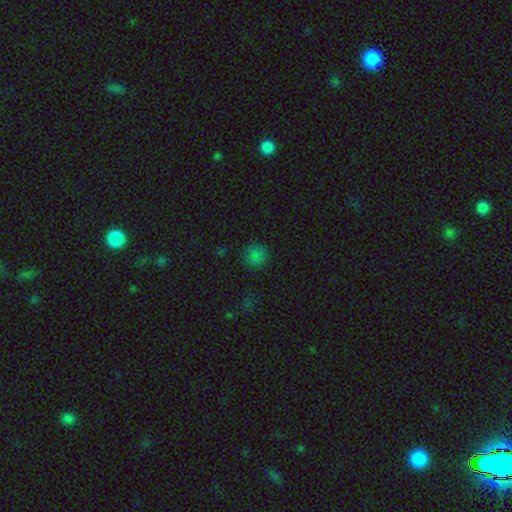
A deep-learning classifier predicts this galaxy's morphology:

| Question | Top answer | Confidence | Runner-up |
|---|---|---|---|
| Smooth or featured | smooth | 78% | star or artifact (17%) |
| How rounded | round | 90% | in between (9%) |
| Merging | none | 85% | minor disturbance (10%) |